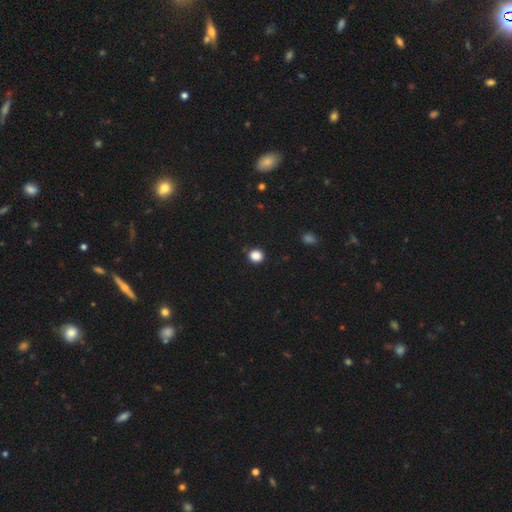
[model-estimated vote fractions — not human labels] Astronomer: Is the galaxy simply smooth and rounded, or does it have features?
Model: smooth — 86%.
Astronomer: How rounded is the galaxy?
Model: round — 87%.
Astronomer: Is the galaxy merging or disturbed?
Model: none — 89%.